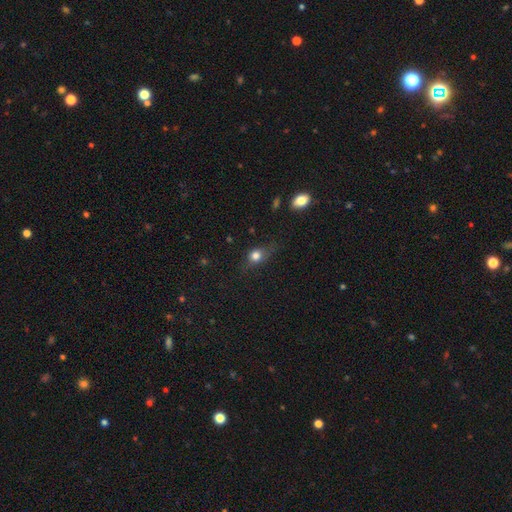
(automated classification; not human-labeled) A smooth galaxy with no disk features (74%) that is round (58%).

Vote fractions:
- Smooth or featured? smooth: 74% / featured or disk: 14% / star or artifact: 13%
- How rounded? round: 58% / in between: 38% / cigar-shaped: 5%
- Merging? none: 60% / minor disturbance: 27% / major disturbance: 11% / merger: 2%